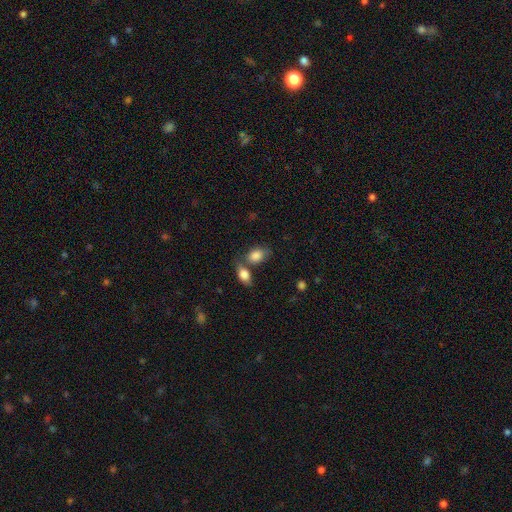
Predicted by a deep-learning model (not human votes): This appears to be a smooth galaxy with no disk features (85%) that is in between round and cigar-shaped (85%). Merging: none (46%).